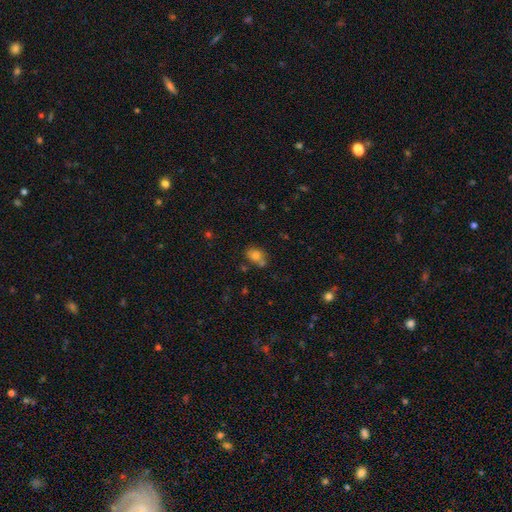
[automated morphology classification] A smooth galaxy with no disk features (78%) that is in between round and cigar-shaped (58%).

Vote fractions:
- Smooth or featured? smooth: 78% / star or artifact: 12% / featured or disk: 10%
- How rounded? in between: 58% / round: 41% / cigar-shaped: 1%
- Merging? none: 56% / merger: 23% / minor disturbance: 16% / major disturbance: 5%